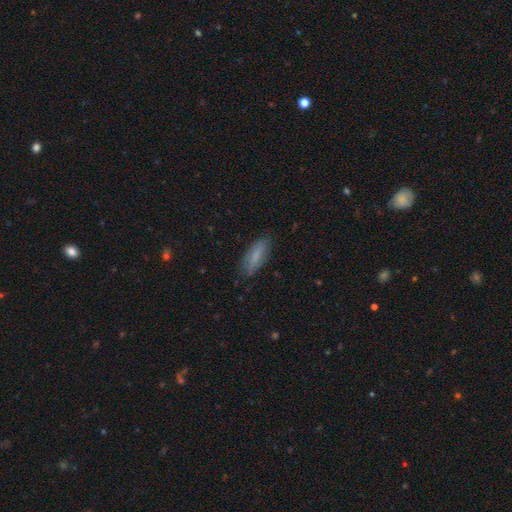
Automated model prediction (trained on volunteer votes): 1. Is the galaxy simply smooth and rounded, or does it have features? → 77% smooth, 16% featured or disk, 7% star or artifact.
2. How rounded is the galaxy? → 61% in between, 37% cigar-shaped, 2% round.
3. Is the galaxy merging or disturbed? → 82% none, 14% minor disturbance, 3% major disturbance, 1% merger.